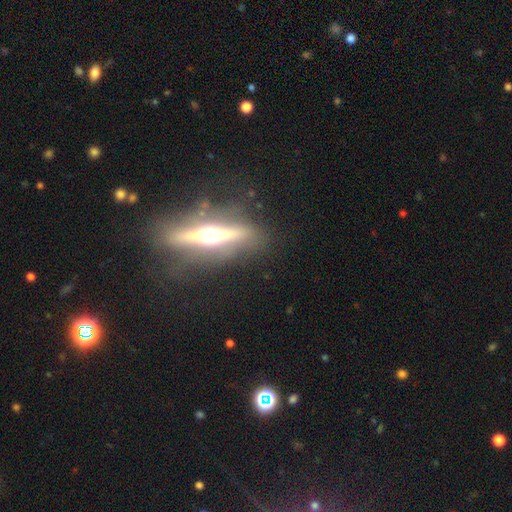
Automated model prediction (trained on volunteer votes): The model was most divided on "smooth or featured": featured or disk: 79%, smooth: 14%, star or artifact: 7%. More confident: edge-on disk — yes (94%); edge-on bulge — rounded (91%); merging — none (80%).